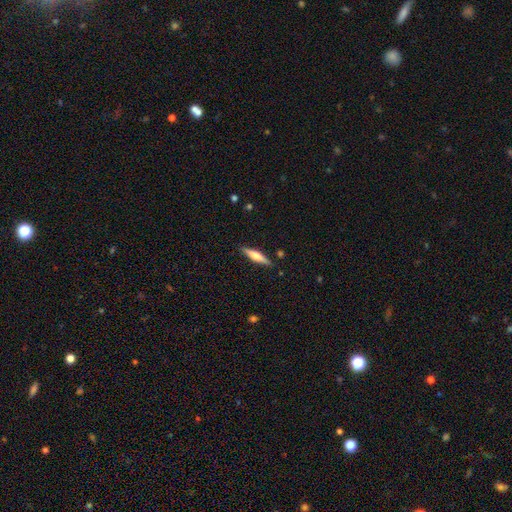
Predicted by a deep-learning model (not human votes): smooth-or-featured: featured or disk: 47% (tied) | smooth: 47% (tied) | star or artifact: 6%
  merging: none: 88% | minor disturbance: 8% | major disturbance: 2% | merger: 2%